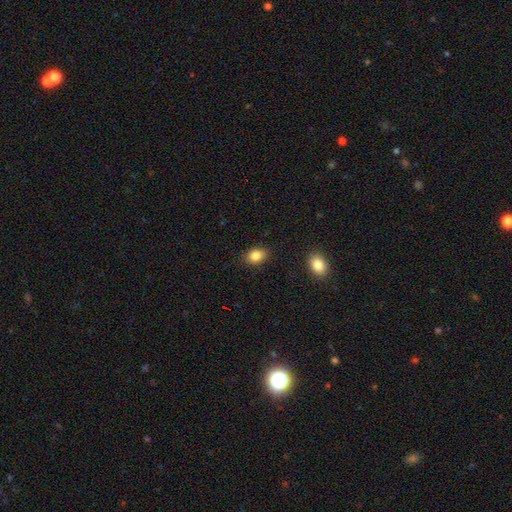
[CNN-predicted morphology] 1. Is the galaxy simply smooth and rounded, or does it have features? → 84% smooth, 9% star or artifact, 7% featured or disk.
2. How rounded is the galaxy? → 75% in between, 24% round, 1% cigar-shaped.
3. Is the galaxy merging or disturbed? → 87% none, 9% minor disturbance, 2% major disturbance, 1% merger.